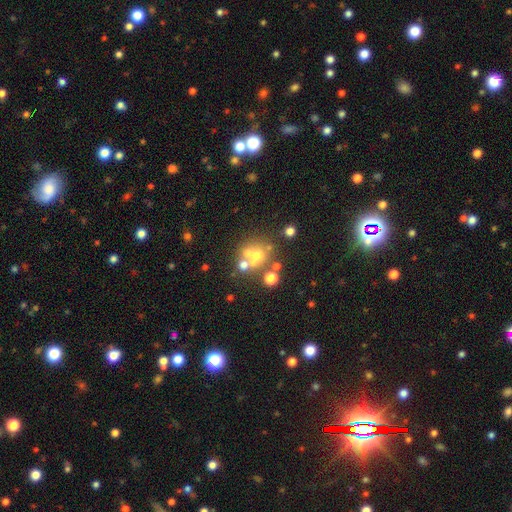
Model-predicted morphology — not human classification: Smooth or featured?
  - smooth: 47% *
  - featured or disk: 32%
  - star or artifact: 21%
Merging?
  - none: 45% *
  - merger: 38%
  - minor disturbance: 9%
  - major disturbance: 7%